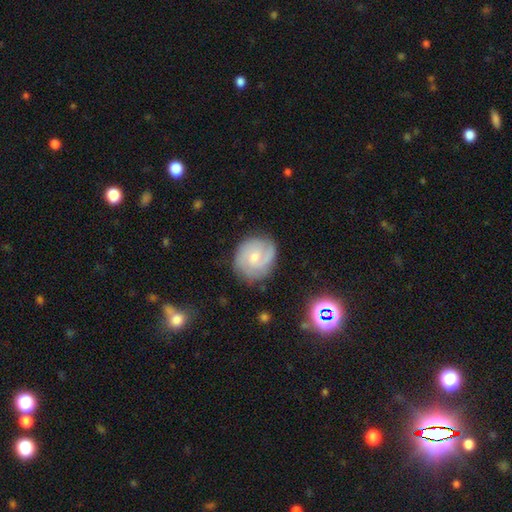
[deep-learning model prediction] Smooth or featured? Predicted: featured or disk (p=0.70). Edge-on disk? Predicted: no (p=0.98). Bar? Predicted: no (p=0.57). Spiral arms? Predicted: yes (p=0.93). Spiral winding? Predicted: tight (p=0.52). Spiral arm count? Predicted: 2 (p=0.46). Bulge size? Predicted: small (p=0.55). Merging? Predicted: none (p=0.75).